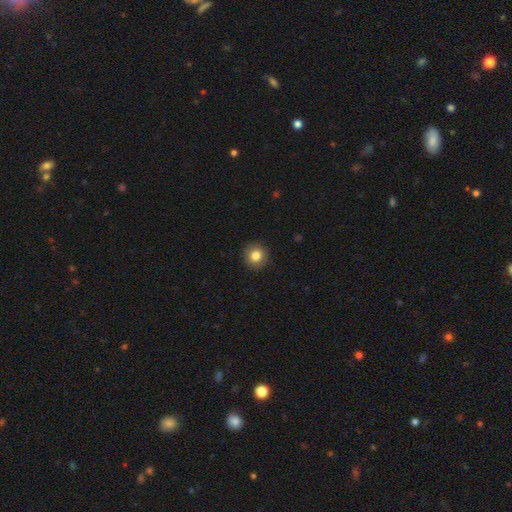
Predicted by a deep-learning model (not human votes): The model was most divided on "smooth or featured": smooth: 84%, star or artifact: 10%, featured or disk: 7%. More confident: merging — none (90%); how rounded — round (90%).